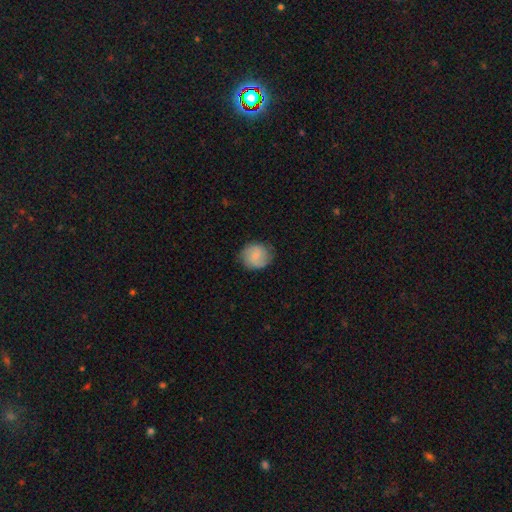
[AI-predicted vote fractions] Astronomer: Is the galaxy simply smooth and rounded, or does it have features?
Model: smooth — 68%.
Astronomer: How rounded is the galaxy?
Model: round — 83%.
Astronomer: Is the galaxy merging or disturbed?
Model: none — 80%.